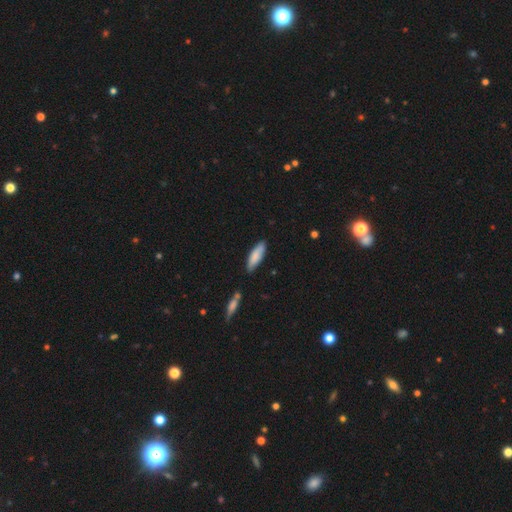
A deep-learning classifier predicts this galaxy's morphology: Q: Smooth or featured?
A: smooth (82%); runner-up: featured or disk (12%)
Q: How rounded?
A: in between (54%); runner-up: cigar-shaped (44%)
Q: Merging?
A: none (79%); runner-up: minor disturbance (15%)